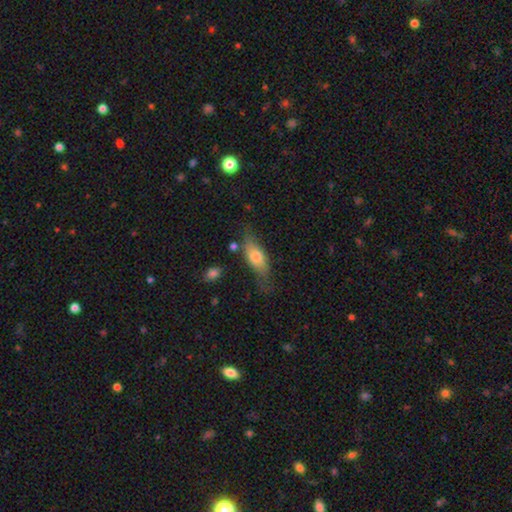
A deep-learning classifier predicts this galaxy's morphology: The model was most divided on "smooth or featured": smooth: 63%, featured or disk: 31%, star or artifact: 7%. More confident: how rounded — in between (68%); merging — none (59%).